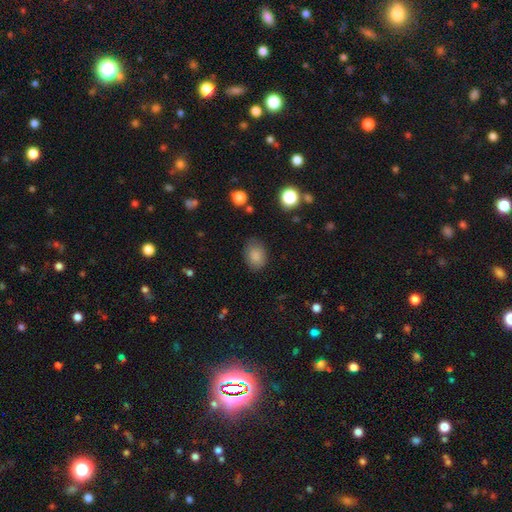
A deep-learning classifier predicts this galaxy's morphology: smooth 85%, star or artifact 9%, featured or disk 6%. Down the decision tree: how rounded — in between (72%); merging — none (77%).